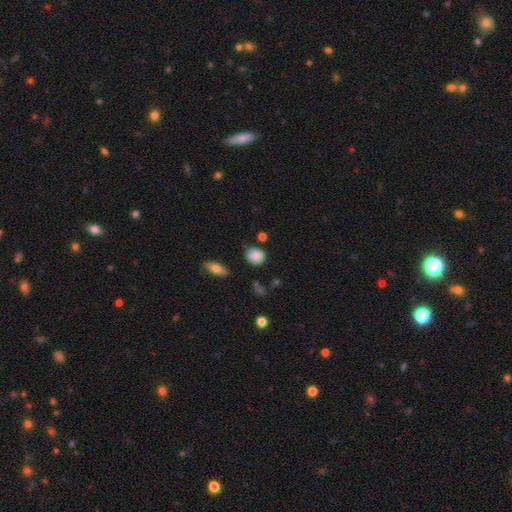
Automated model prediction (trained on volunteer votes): smooth 85%, star or artifact 9%, featured or disk 5%. Down the decision tree: how rounded — round (72%); merging — none (74%).